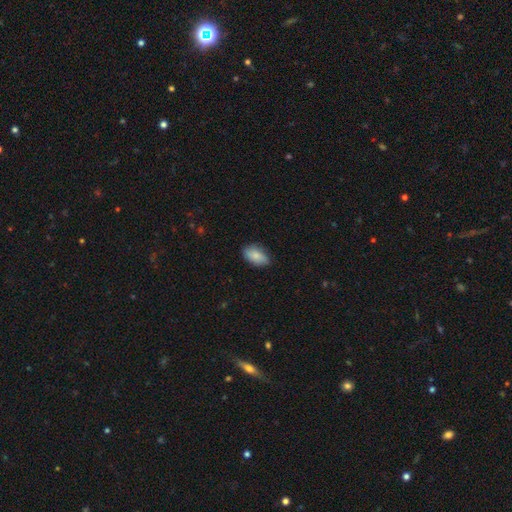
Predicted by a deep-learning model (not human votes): Overall: smooth (82%). How rounded: in between (93%). Merging: none (79%).